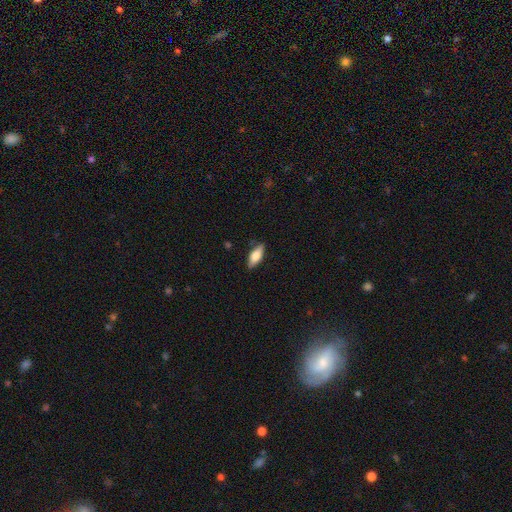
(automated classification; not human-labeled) Smooth or featured?
  - smooth: 67% *
  - featured or disk: 26%
  - star or artifact: 7%
How rounded?
  - in between: 71% *
  - cigar-shaped: 26%
  - round: 3%
Merging?
  - none: 82% *
  - minor disturbance: 14%
  - major disturbance: 3%
  - merger: 1%